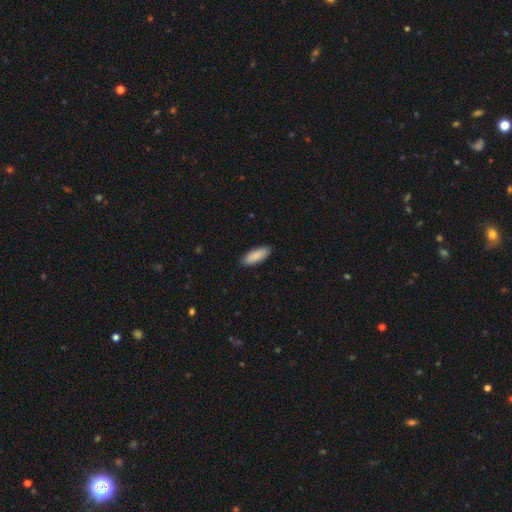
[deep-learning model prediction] smooth-or-featured: smooth: 89% | featured or disk: 6% | star or artifact: 5%
  how-rounded: in between: 74% | cigar-shaped: 24% | round: 1%
  merging: none: 89% | minor disturbance: 8% | major disturbance: 2% | merger: 1%